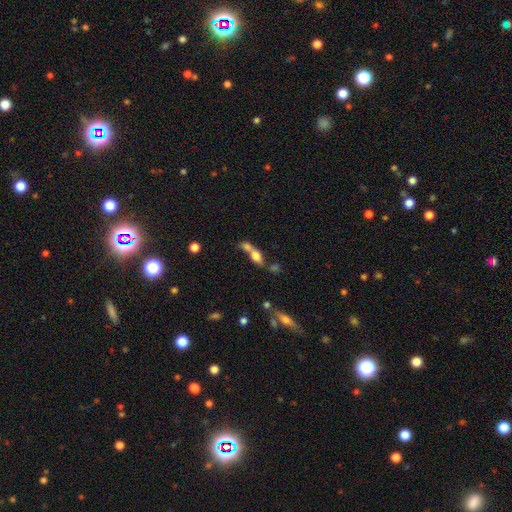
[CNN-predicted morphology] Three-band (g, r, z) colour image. It shows a smooth galaxy with no disk features (66%) that is in between round and cigar-shaped (66%). Merging: merger (59%).